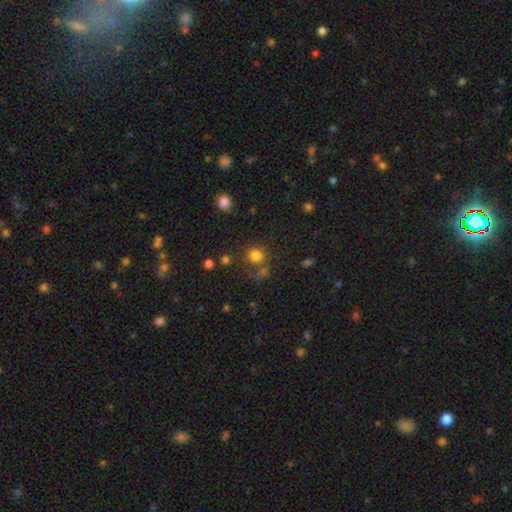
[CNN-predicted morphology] smooth 79%, star or artifact 14%, featured or disk 6%. Down the decision tree: how rounded — round (90%); merging — none (72%).